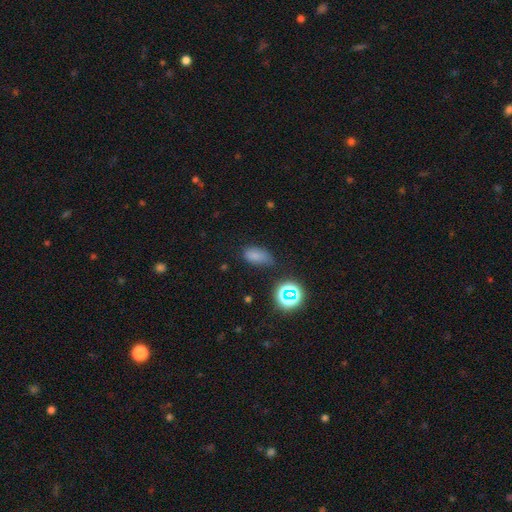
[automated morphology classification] smooth-or-featured: smooth: 73% | star or artifact: 19% | featured or disk: 8%
  how-rounded: in between: 88% | round: 8% | cigar-shaped: 4%
  merging: none: 61% | minor disturbance: 26% | major disturbance: 9% | merger: 4%